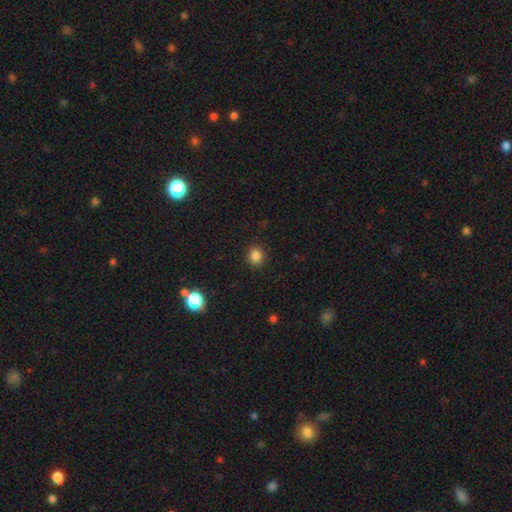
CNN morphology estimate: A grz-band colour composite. It shows a smooth galaxy with no disk features (84%) that is round (81%). Merging: none (90%).